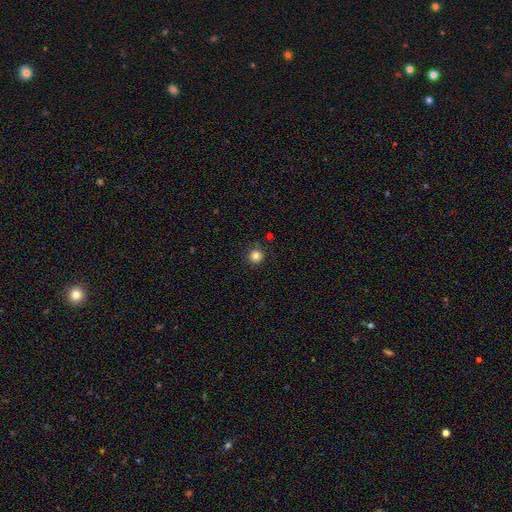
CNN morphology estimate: A smooth galaxy with no disk features (82%) that is round (94%). Merging: none (89%).